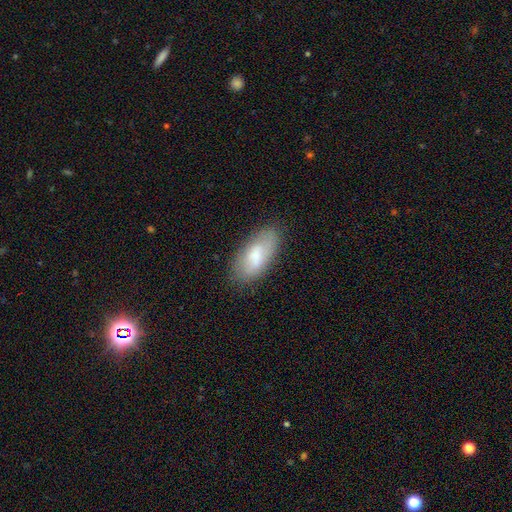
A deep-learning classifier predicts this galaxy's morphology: The model was most divided on "smooth or featured": smooth: 72%, featured or disk: 21%, star or artifact: 7%. More confident: how rounded — in between (88%); merging — none (78%).